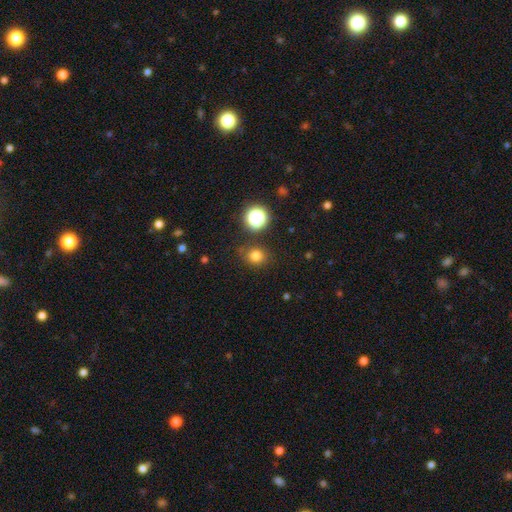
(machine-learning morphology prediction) Smooth or featured? smooth (77%)
How rounded? round (76%)
Merging? none (82%)